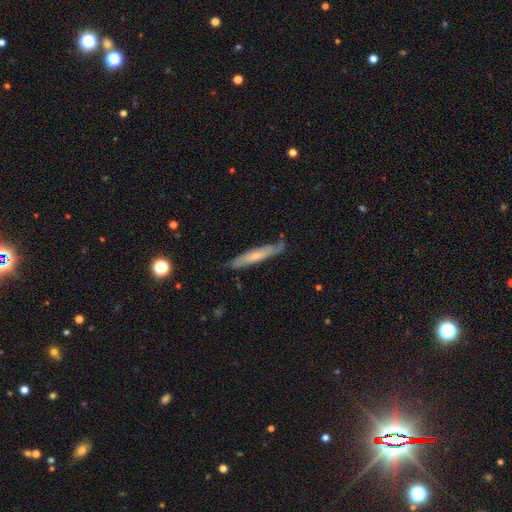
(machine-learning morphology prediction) featured or disk 49%, smooth 46%, star or artifact 6%. Down the decision tree: merging — none (75%).